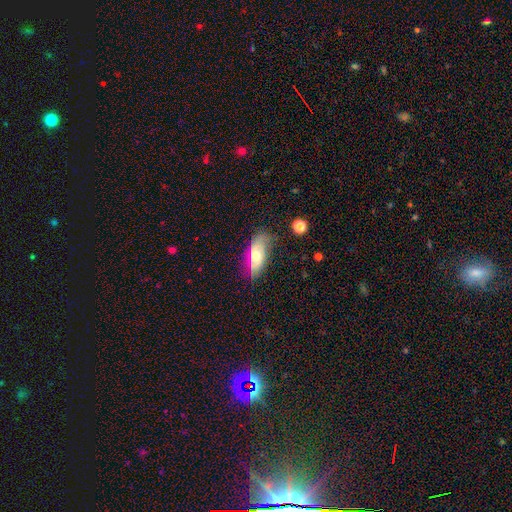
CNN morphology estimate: Overall: smooth (53%; featured or disk 37%). How rounded: in between (83%). Merging: none (67%).